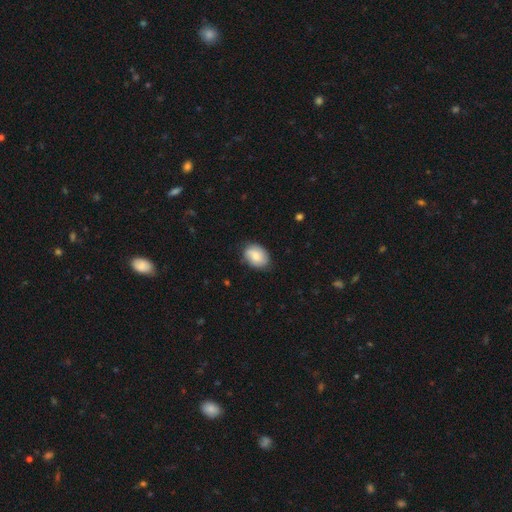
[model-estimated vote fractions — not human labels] Smooth or featured: smooth — 67% (featured or disk — 26%)
How rounded: in between — 69% (round — 30%)
Merging: none — 73% (minor disturbance — 21%)